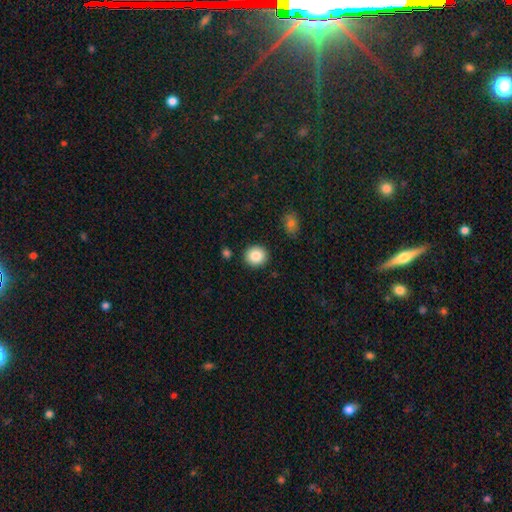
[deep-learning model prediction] A smooth galaxy with no disk features (87%) that is round (86%). Merging: none (89%).